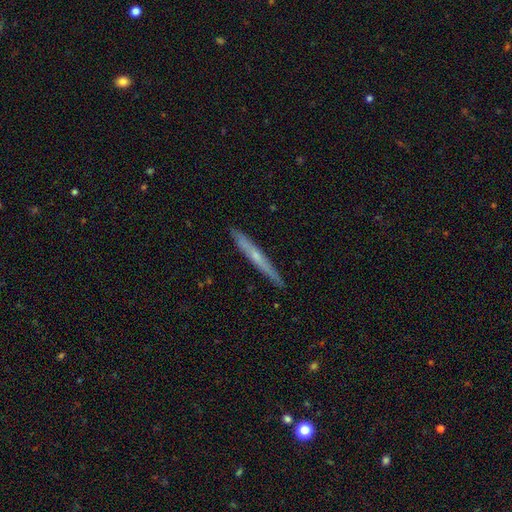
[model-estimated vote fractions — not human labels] Overall: featured or disk (57%; smooth 37%). Edge-on disk: yes (96%). Edge-on bulge: none (51%; rounded 46%). Merging: none (90%).